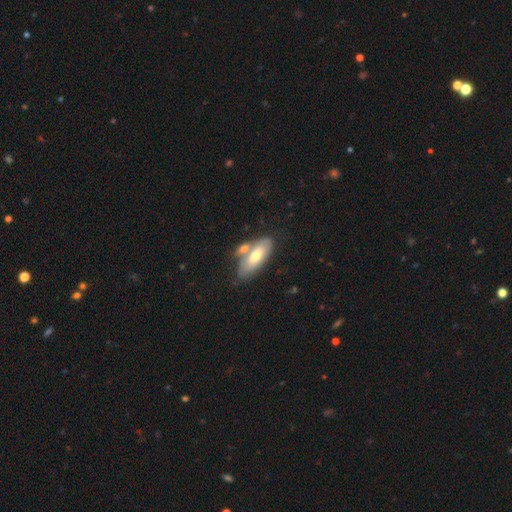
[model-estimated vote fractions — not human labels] Morphology: type=smooth (57%); roundness=in between (80%); merging=none (45%).